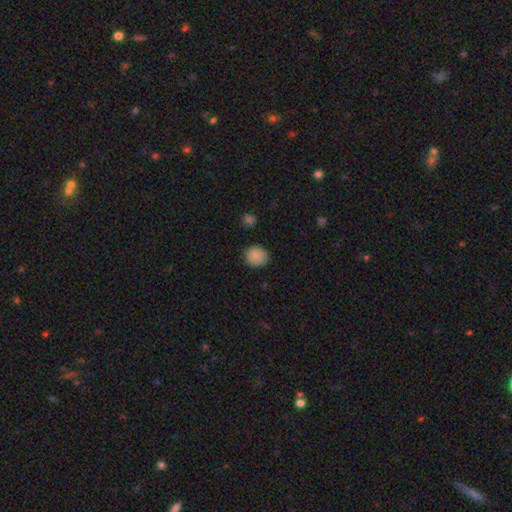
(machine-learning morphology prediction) Smooth or featured? Predicted: smooth (p=0.87). How rounded? Predicted: round (p=0.79). Merging? Predicted: none (p=0.87).